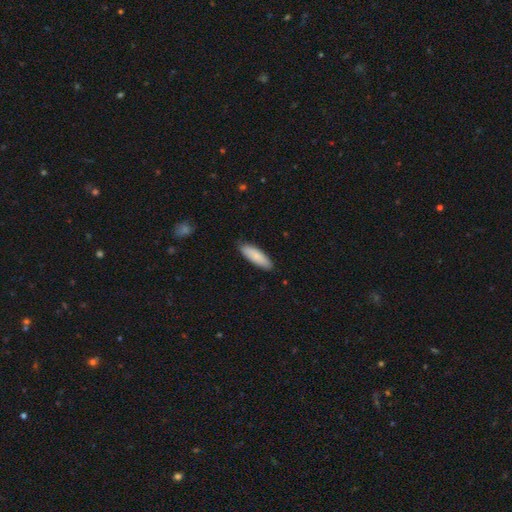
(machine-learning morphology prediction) Smooth or featured: smooth — 84% (featured or disk — 10%)
How rounded: in between — 52% (cigar-shaped — 46%)
Merging: none — 86% (minor disturbance — 11%)